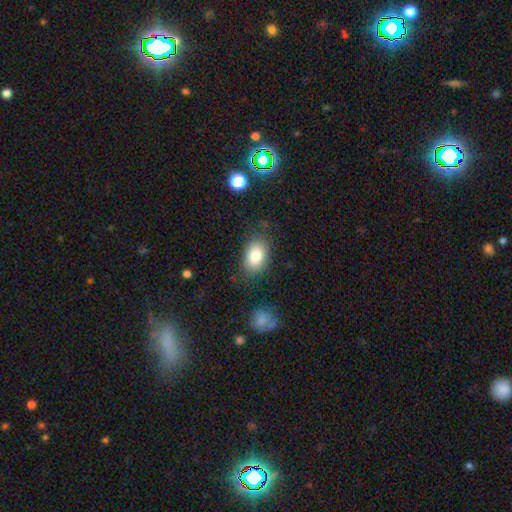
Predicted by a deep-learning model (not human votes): Smooth or featured? Predicted: smooth (p=0.82). How rounded? Predicted: in between (p=0.86). Merging? Predicted: none (p=0.80).